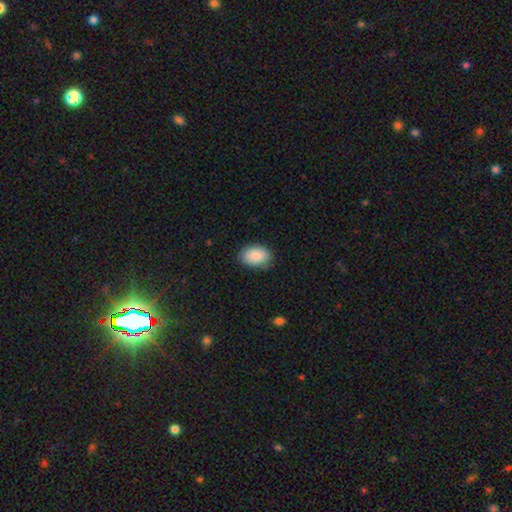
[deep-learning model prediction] Smooth or featured?
  - smooth: 89% *
  - star or artifact: 6%
  - featured or disk: 5%
How rounded?
  - in between: 88% *
  - round: 11%
  - cigar-shaped: 1%
Merging?
  - none: 82% *
  - minor disturbance: 14%
  - major disturbance: 3%
  - merger: 1%